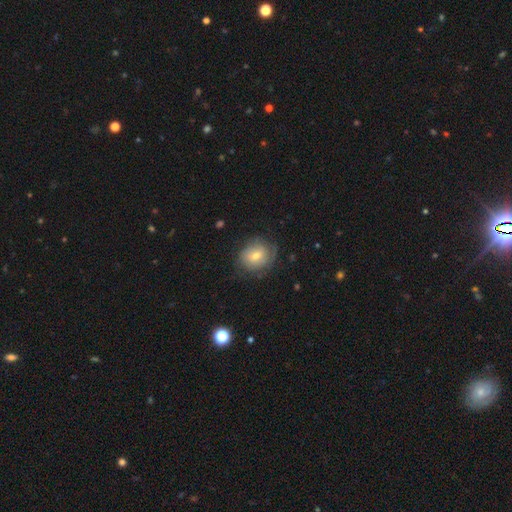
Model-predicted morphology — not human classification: A smooth galaxy with no disk features (60%) that is round (66%).

Vote fractions:
- Smooth or featured? smooth: 60% / featured or disk: 32% / star or artifact: 9%
- How rounded? round: 66% / in between: 33% / cigar-shaped: 1%
- Merging? none: 67% / minor disturbance: 23% / major disturbance: 9% / merger: 1%